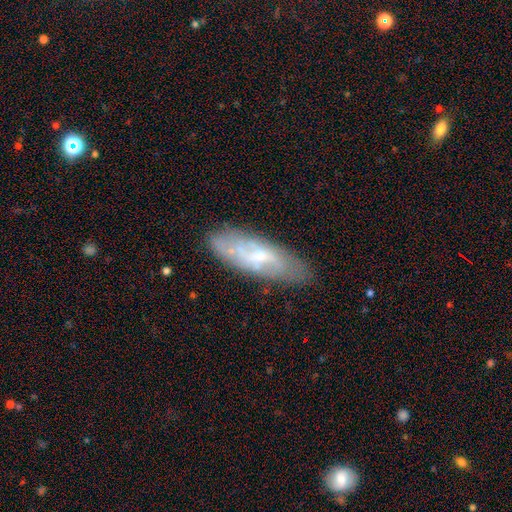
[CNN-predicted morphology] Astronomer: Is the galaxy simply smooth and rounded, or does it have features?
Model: featured or disk — 56% (runner-up: smooth, 37%).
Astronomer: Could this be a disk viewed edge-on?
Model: no — 78%.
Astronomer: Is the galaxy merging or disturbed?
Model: none — 73%.